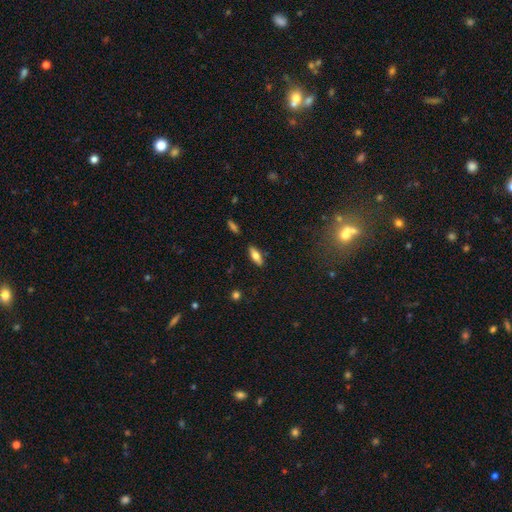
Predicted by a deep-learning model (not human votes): Overall: smooth (70%). How rounded: in between (69%). Merging: none (85%).